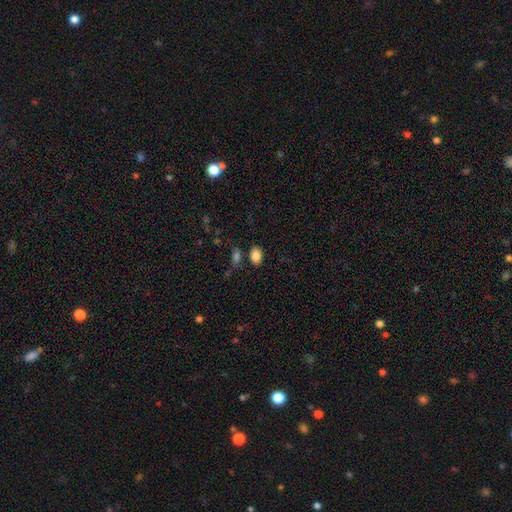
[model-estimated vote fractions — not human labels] Overall: smooth (86%). How rounded: in between (85%). Merging: none (79%).